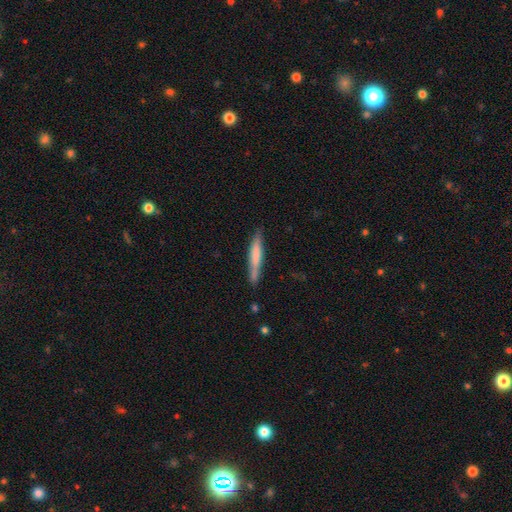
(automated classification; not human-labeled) smooth-or-featured: smooth: 64% | featured or disk: 30% | star or artifact: 6%
  how-rounded: cigar-shaped: 92% | in between: 7% | round: 1%
  merging: none: 80% | minor disturbance: 15% | major disturbance: 3% | merger: 3%